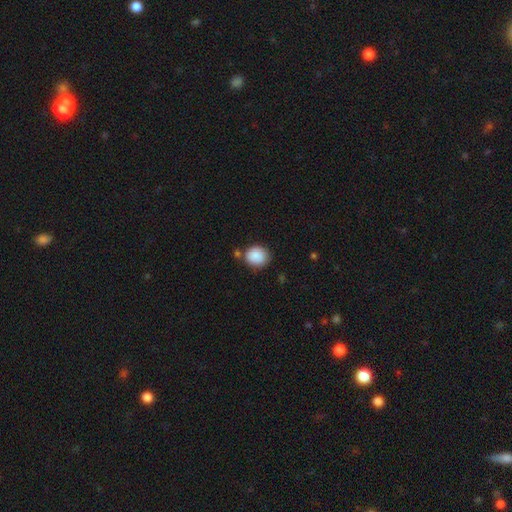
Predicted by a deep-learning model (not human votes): Overall: smooth (88%). How rounded: round (75%). Merging: none (72%).